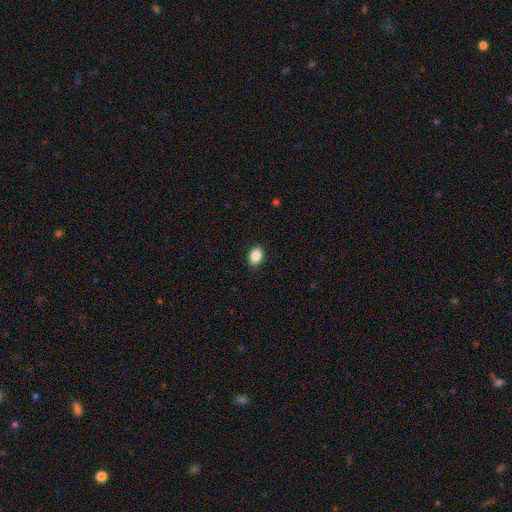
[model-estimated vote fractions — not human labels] Smooth or featured? smooth (88%)
How rounded? in between (71%)
Merging? none (90%)